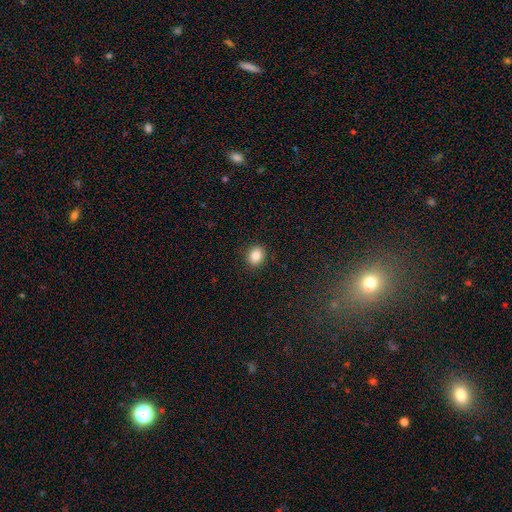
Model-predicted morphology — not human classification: Smooth or featured?
  - smooth: 86% *
  - star or artifact: 9%
  - featured or disk: 5%
How rounded?
  - round: 58% *
  - in between: 41%
  - cigar-shaped: 1%
Merging?
  - none: 90% *
  - minor disturbance: 7%
  - major disturbance: 2%
  - merger: 1%